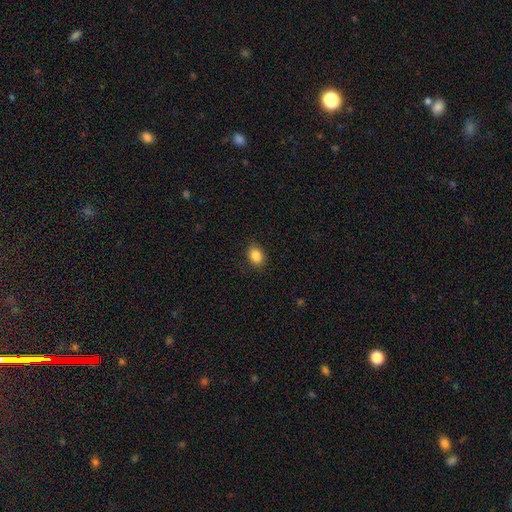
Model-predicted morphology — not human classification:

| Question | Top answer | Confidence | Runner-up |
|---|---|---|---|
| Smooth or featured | smooth | 86% | star or artifact (9%) |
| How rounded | in between | 60% | round (39%) |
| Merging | none | 86% | minor disturbance (11%) |